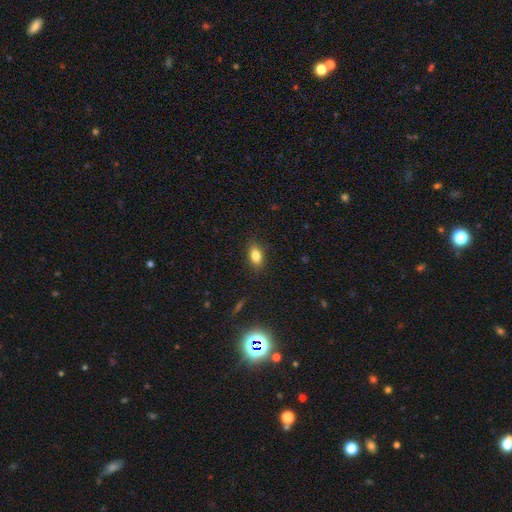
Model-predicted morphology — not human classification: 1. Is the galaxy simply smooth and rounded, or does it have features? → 82% smooth, 10% star or artifact, 8% featured or disk.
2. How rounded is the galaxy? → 84% in between, 11% round, 6% cigar-shaped.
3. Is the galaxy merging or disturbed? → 85% none, 11% minor disturbance, 3% major disturbance, 1% merger.